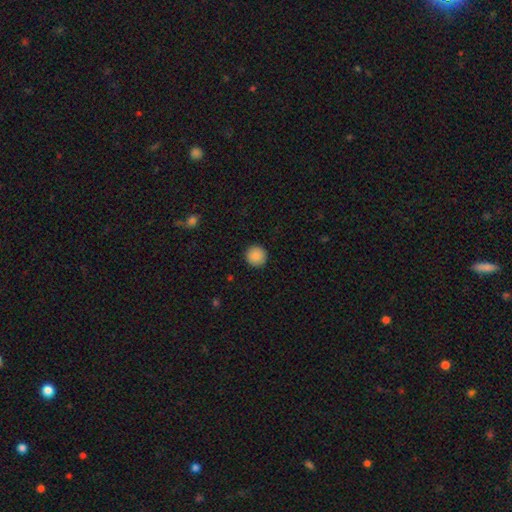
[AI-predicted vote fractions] Overall: smooth (89%). How rounded: round (95%). Merging: none (93%).